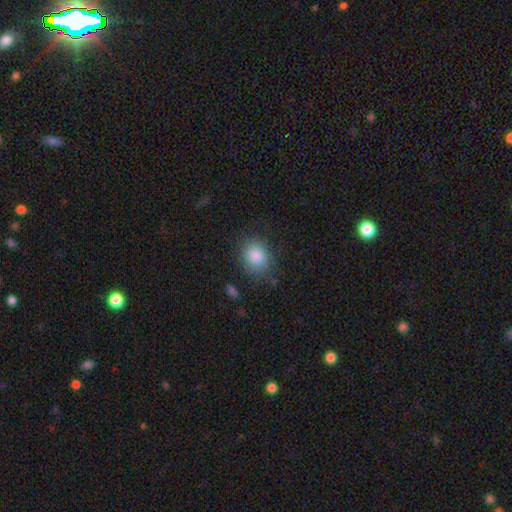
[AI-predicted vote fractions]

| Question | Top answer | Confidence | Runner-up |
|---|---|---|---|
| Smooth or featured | smooth | 85% | star or artifact (8%) |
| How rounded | round | 62% | in between (37%) |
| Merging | none | 78% | minor disturbance (15%) |